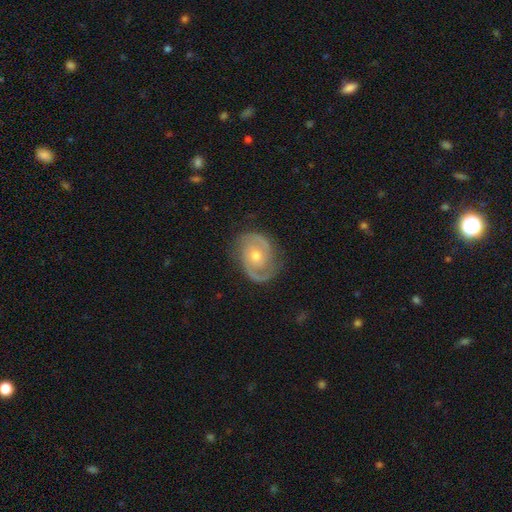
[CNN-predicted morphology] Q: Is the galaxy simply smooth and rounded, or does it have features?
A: featured or disk — 88%.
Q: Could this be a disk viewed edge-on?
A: no — 97%.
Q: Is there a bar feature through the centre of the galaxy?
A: no — 69%.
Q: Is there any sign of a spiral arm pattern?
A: yes — 96%.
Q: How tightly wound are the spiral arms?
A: medium — 46%.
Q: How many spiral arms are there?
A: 2 — 89%.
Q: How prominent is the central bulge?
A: moderate — 58%.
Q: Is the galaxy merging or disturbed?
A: none — 80%.